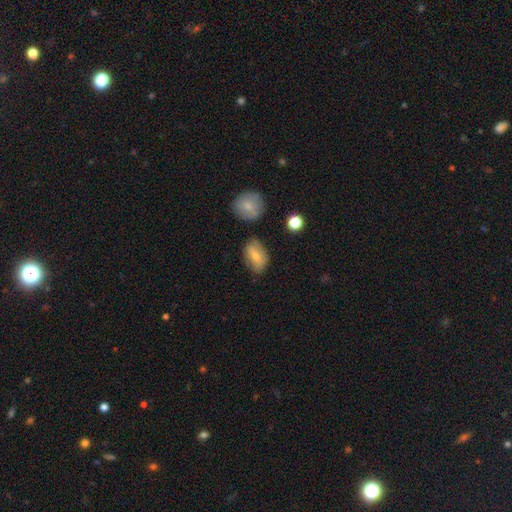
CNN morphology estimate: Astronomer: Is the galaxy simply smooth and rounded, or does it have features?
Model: smooth — 69%.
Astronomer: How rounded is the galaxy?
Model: in between — 85%.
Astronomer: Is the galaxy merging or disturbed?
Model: none — 71%.